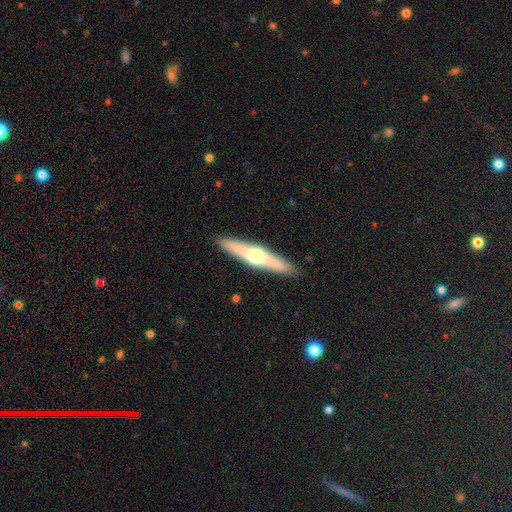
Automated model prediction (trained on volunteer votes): Smooth or featured?
  - featured or disk: 59% *
  - smooth: 36%
  - star or artifact: 5%
Edge-on disk?
  - yes: 94% *
  - no: 6%
Edge-on bulge?
  - rounded: 92% *
  - none: 4%
  - boxy: 4%
Merging?
  - none: 90% *
  - minor disturbance: 7%
  - major disturbance: 2%
  - merger: 1%